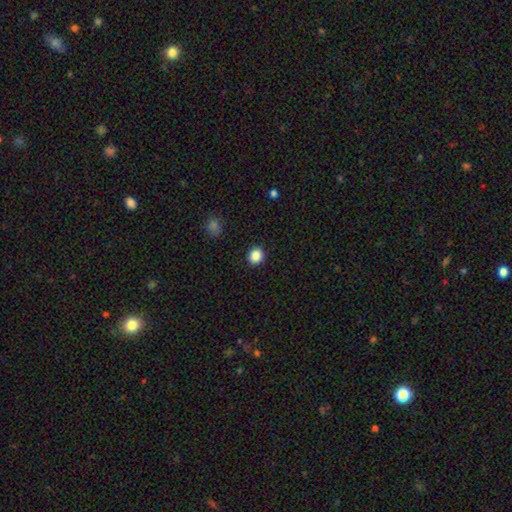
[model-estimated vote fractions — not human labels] This appears to be a smooth galaxy with no disk features (87%) that is round (82%). Merging: none (92%).